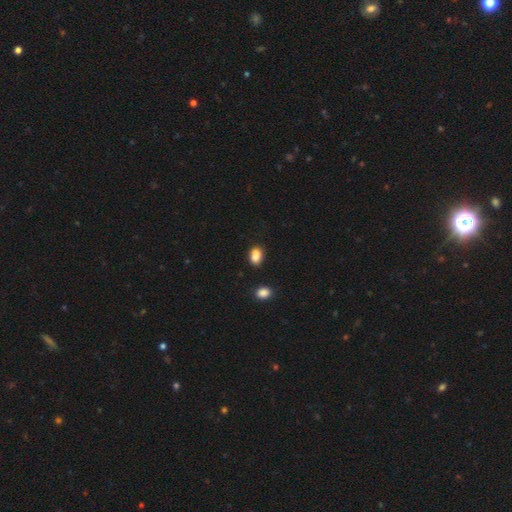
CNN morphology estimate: type=smooth (87%); roundness=in between (80%); merging=none (79%).